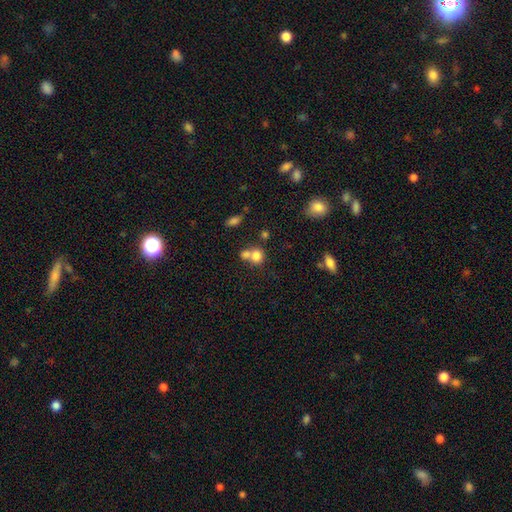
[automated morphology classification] The model was most divided on "merging": merger: 51%, none: 38%, minor disturbance: 8%, major disturbance: 4%. More confident: smooth or featured — smooth (78%); how rounded — round (75%).